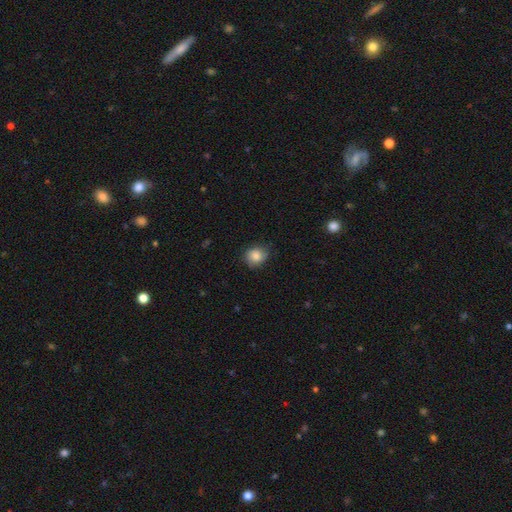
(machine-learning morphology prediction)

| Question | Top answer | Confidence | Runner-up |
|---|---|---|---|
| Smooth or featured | smooth | 84% | star or artifact (8%) |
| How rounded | round | 73% | in between (26%) |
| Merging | none | 72% | minor disturbance (22%) |